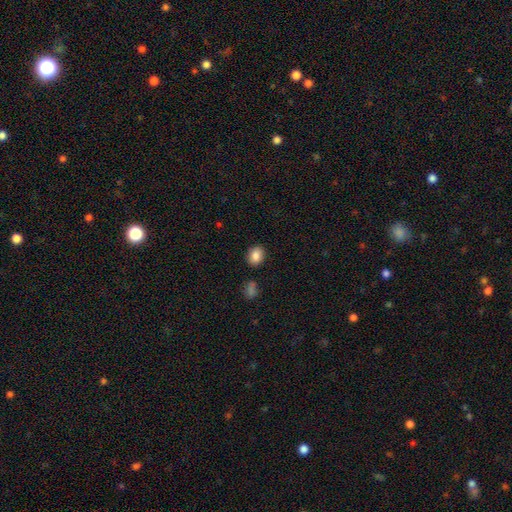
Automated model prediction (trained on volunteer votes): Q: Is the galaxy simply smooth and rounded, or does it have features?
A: smooth — 86%.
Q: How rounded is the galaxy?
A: in between — 52%.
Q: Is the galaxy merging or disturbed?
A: none — 85%.